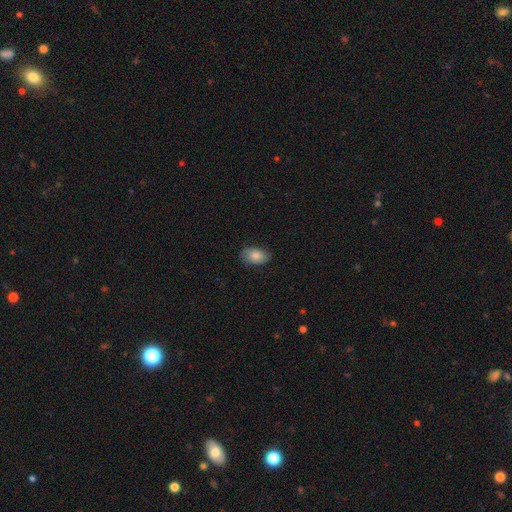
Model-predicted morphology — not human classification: A smooth galaxy with no disk features (82%) that is in between round and cigar-shaped (90%).

Vote fractions:
- Smooth or featured? smooth: 82% / featured or disk: 11% / star or artifact: 7%
- How rounded? in between: 90% / round: 8% / cigar-shaped: 1%
- Merging? none: 81% / minor disturbance: 15% / major disturbance: 3% / merger: 1%